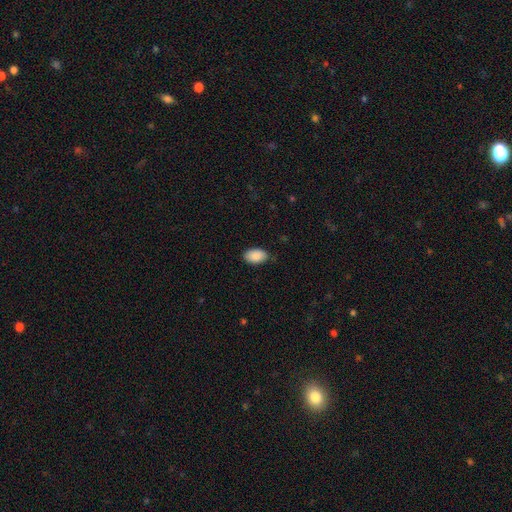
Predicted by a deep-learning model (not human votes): Smooth or featured: smooth — 90% (star or artifact — 6%)
How rounded: in between — 93% (round — 6%)
Merging: none — 80% (minor disturbance — 16%)